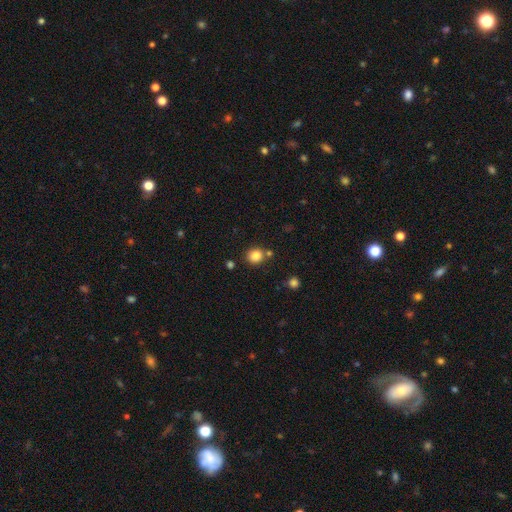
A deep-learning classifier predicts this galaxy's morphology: Smooth or featured? Predicted: smooth (p=0.85). How rounded? Predicted: round (p=0.80). Merging? Predicted: none (p=0.76).